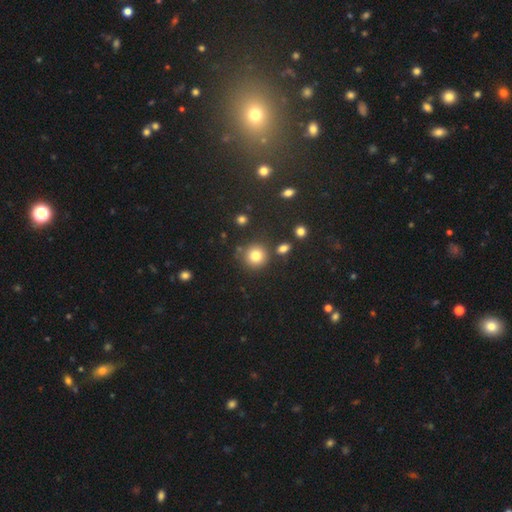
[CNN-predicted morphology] This appears to be a smooth galaxy with no disk features (81%) that is round (91%). Merging: none (80%).